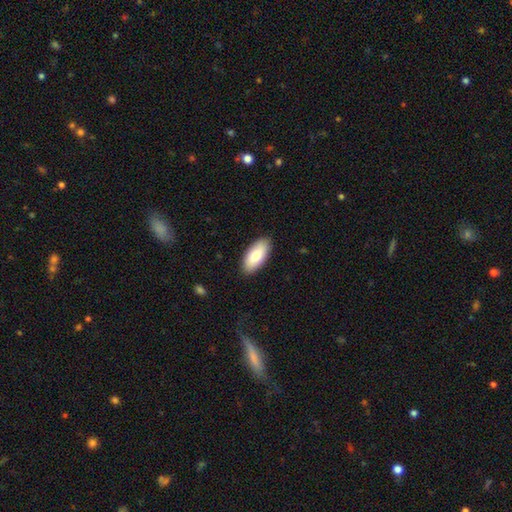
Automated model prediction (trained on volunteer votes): Overall: smooth (77%). How rounded: in between (92%). Merging: none (89%).